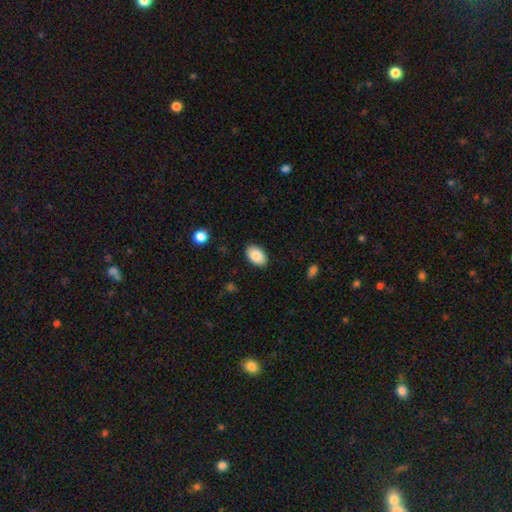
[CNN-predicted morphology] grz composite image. It shows a smooth galaxy with no disk features (86%) that is in between round and cigar-shaped (90%). Merging: none (87%).